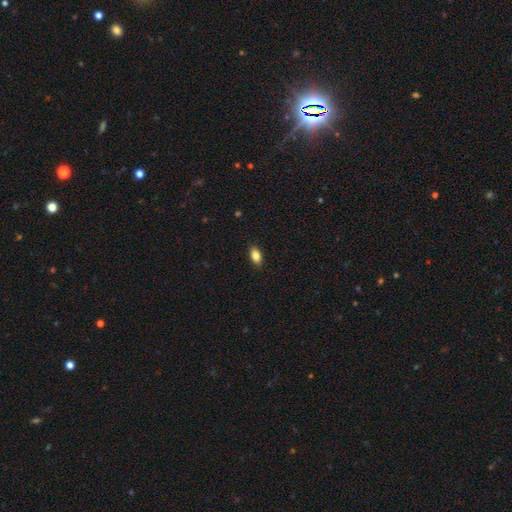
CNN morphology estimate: Smooth or featured? smooth (85%)
How rounded? in between (90%)
Merging? none (88%)